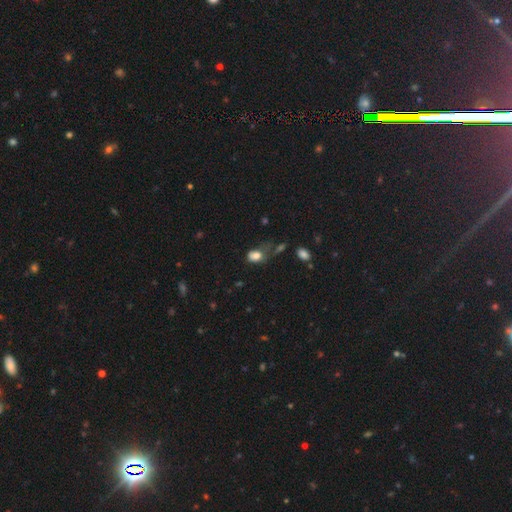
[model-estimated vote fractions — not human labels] Overall: smooth (76%). How rounded: in between (73%). Merging: major disturbance (31%; none 30%).